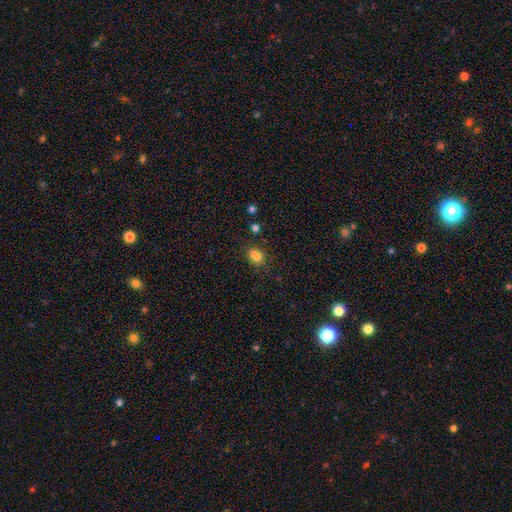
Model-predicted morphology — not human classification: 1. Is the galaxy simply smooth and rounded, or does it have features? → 81% smooth, 13% star or artifact, 6% featured or disk.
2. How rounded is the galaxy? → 70% in between, 29% round, 2% cigar-shaped.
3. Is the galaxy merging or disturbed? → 74% none, 16% minor disturbance, 6% merger, 5% major disturbance.